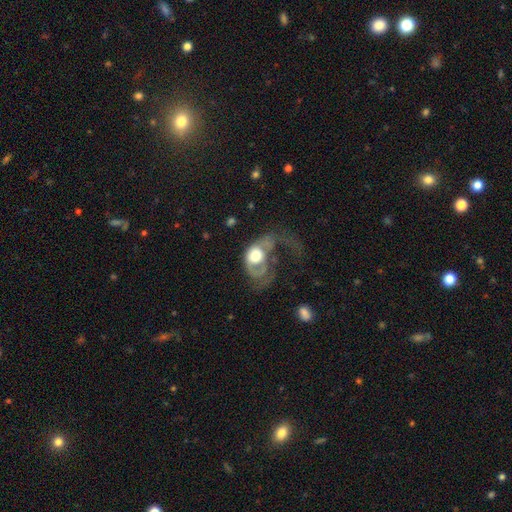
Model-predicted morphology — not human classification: Smooth or featured? Predicted: featured or disk (p=0.54). Edge-on disk? Predicted: no (p=0.95). Bar? Predicted: no (p=0.80). Spiral arms? Predicted: yes (p=0.53). Bulge size? Predicted: moderate (p=0.46). Merging? Predicted: major disturbance (p=0.68).